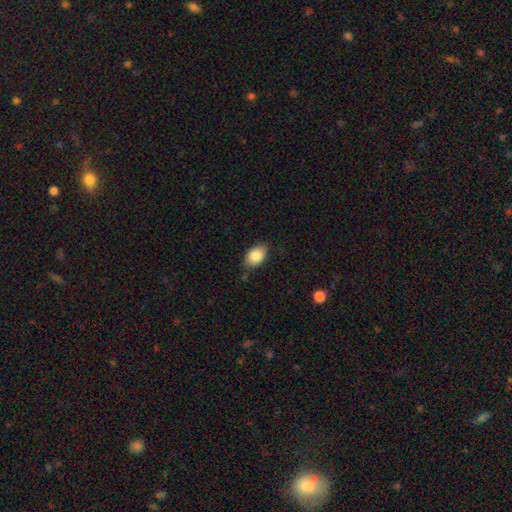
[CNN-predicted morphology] smooth-or-featured: smooth: 85% | featured or disk: 7% | star or artifact: 7%
  how-rounded: in between: 84% | round: 15% | cigar-shaped: 1%
  merging: none: 78% | minor disturbance: 17% | major disturbance: 3% | merger: 2%